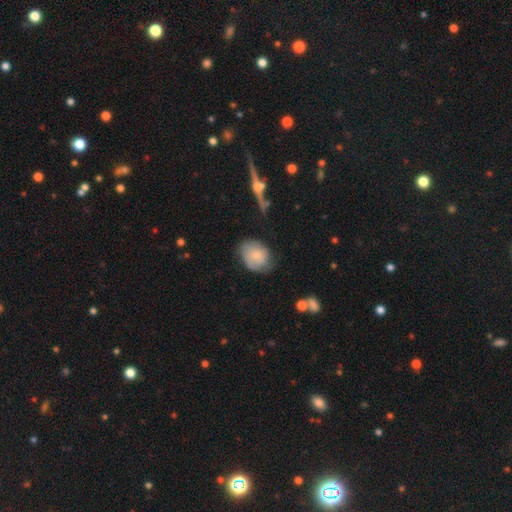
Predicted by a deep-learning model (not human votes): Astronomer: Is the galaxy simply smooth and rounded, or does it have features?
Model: smooth — 69%.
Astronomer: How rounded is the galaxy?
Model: in between — 52% (runner-up: round, 47%).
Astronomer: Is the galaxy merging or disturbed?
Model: none — 58%.